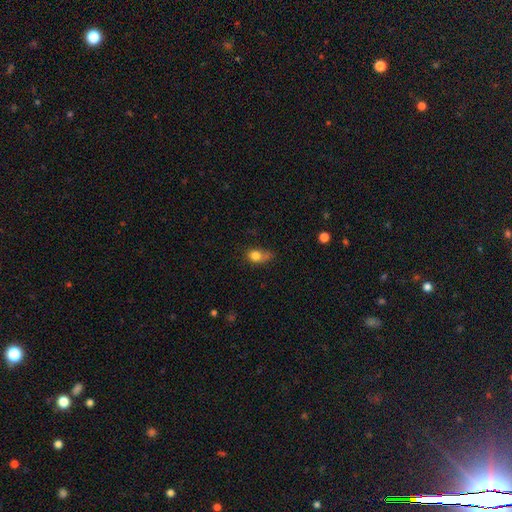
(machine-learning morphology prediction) smooth_or_featured: smooth (p=0.79) [alt: featured or disk p=0.11]
how_rounded: in between (p=0.62) [alt: round p=0.35]
merging: minor disturbance (p=0.38) [alt: none p=0.36]